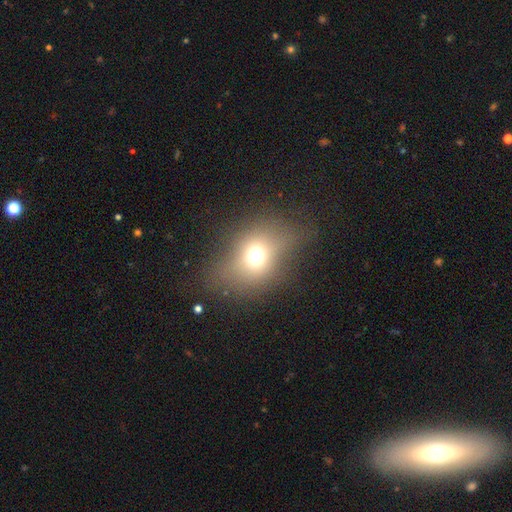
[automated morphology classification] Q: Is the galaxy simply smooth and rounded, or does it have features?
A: smooth — 61%.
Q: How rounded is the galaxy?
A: round — 49%, tied with in between.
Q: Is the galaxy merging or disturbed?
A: none — 71%.